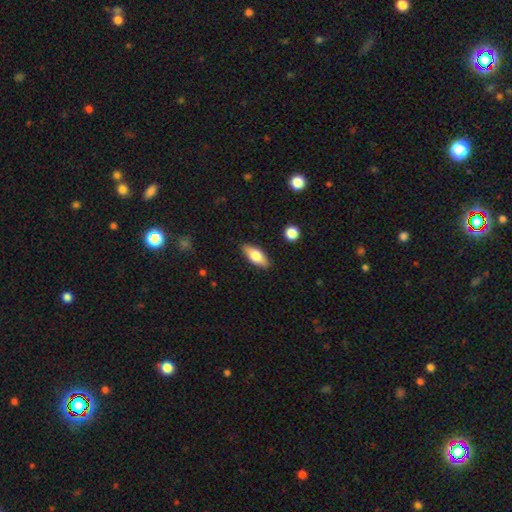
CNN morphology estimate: Smooth or featured?
  - smooth: 69% *
  - featured or disk: 25%
  - star or artifact: 6%
How rounded?
  - in between: 80% *
  - cigar-shaped: 17%
  - round: 3%
Merging?
  - none: 87% *
  - minor disturbance: 10%
  - major disturbance: 2%
  - merger: 1%